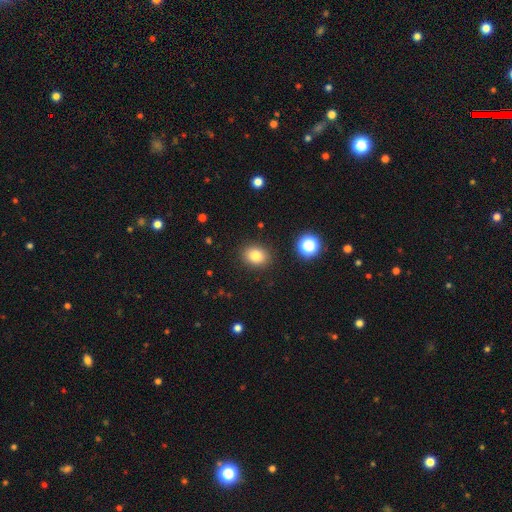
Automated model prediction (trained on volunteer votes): smooth 82%, star or artifact 12%, featured or disk 7%. Down the decision tree: how rounded — in between (50%); merging — none (88%).